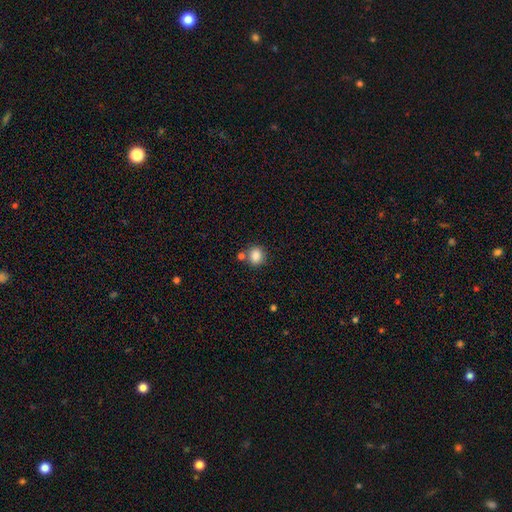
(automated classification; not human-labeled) Morphology: type=smooth (86%); roundness=round (73%); merging=none (69%).